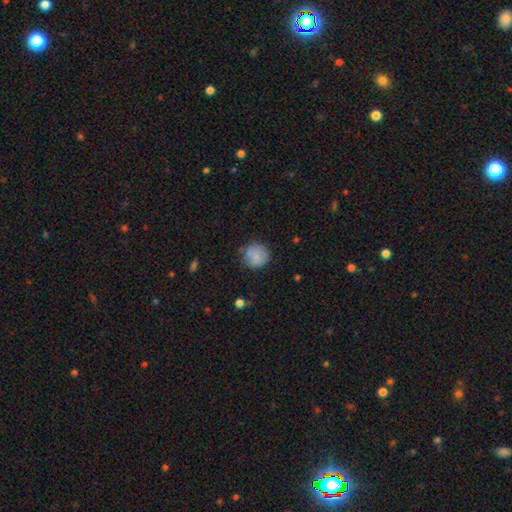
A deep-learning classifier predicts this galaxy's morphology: smooth_or_featured: smooth (p=0.80) [alt: featured or disk p=0.11]
how_rounded: round (p=0.90) [alt: in between p=0.09]
merging: none (p=0.72) [alt: minor disturbance p=0.18]